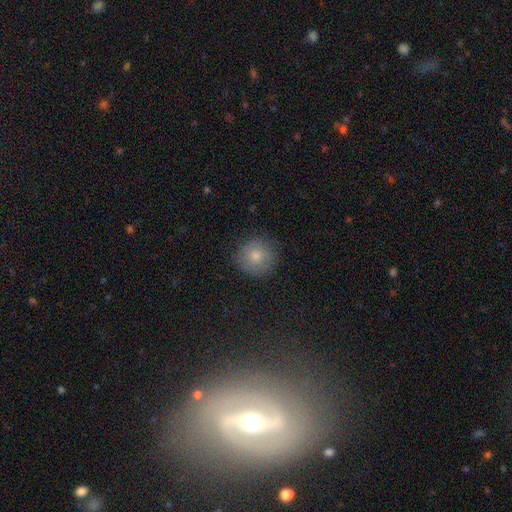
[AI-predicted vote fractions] Overall: smooth (78%). How rounded: round (92%). Merging: none (81%).